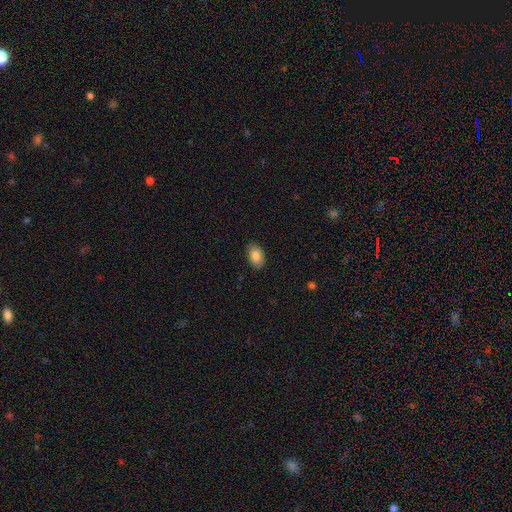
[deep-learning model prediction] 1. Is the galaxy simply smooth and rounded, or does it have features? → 86% smooth, 7% featured or disk, 7% star or artifact.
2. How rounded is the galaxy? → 91% in between, 7% round, 1% cigar-shaped.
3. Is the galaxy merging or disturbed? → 87% none, 10% minor disturbance, 2% major disturbance, 1% merger.